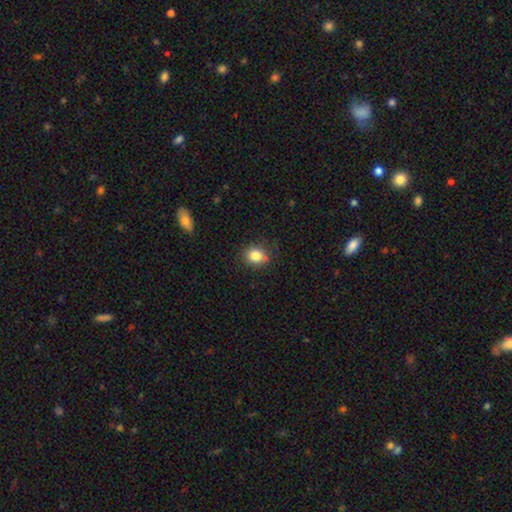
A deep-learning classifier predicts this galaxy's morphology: A smooth galaxy with no disk features (83%) that is round (54%).

Vote fractions:
- Smooth or featured? smooth: 83% / star or artifact: 10% / featured or disk: 7%
- How rounded? round: 54% / in between: 44% / cigar-shaped: 1%
- Merging? none: 78% / minor disturbance: 17% / major disturbance: 4% / merger: 2%